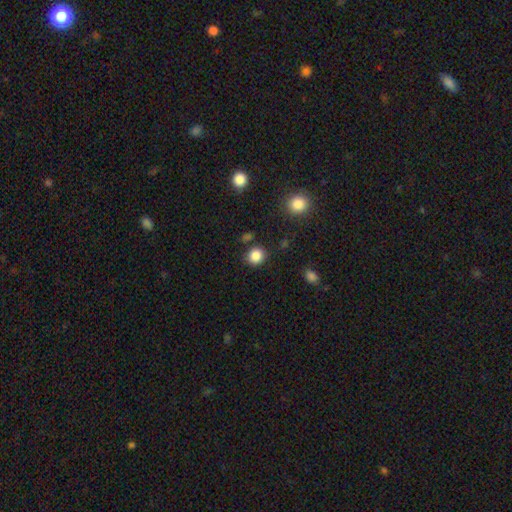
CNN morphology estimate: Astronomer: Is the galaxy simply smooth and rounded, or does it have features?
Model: smooth — 85%.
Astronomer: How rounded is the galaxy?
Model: round — 82%.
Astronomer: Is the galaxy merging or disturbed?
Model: none — 85%.